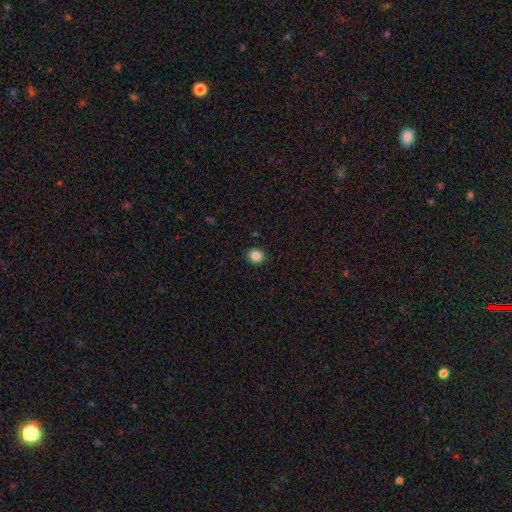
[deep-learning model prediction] This is clearly a smooth galaxy (86%). How rounded: clearly round (84%). Merging: clearly none (90%).